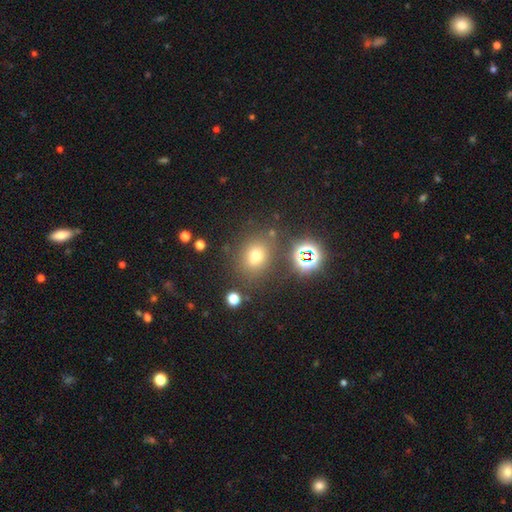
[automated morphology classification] Q: Smooth or featured?
A: smooth (64%); runner-up: star or artifact (25%)
Q: How rounded?
A: round (63%); runner-up: in between (36%)
Q: Merging?
A: none (72%); runner-up: minor disturbance (13%)